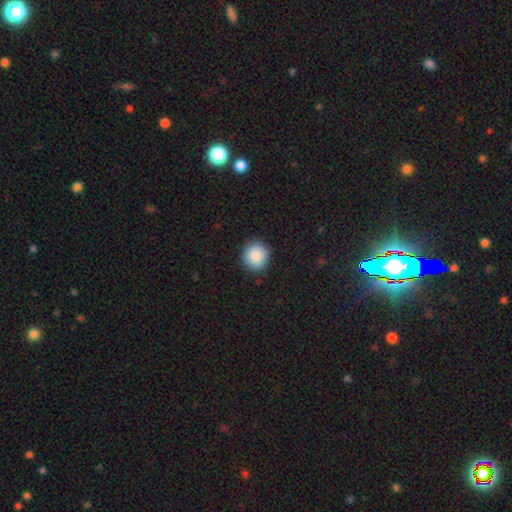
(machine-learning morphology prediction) smooth-or-featured: smooth: 86% | star or artifact: 8% | featured or disk: 6%
  how-rounded: round: 91% | in between: 8% | cigar-shaped: 1%
  merging: none: 90% | minor disturbance: 7% | major disturbance: 2% | merger: 1%